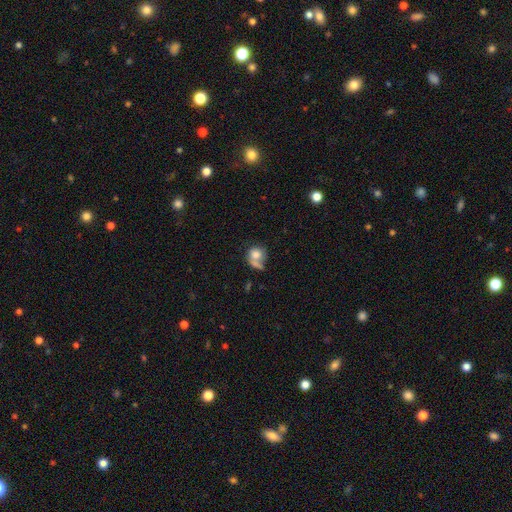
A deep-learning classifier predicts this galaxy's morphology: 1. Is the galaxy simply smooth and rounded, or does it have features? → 70% smooth, 21% featured or disk, 9% star or artifact.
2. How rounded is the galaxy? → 67% round, 31% in between, 2% cigar-shaped.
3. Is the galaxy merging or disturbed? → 37% merger, 30% none, 18% major disturbance, 15% minor disturbance.